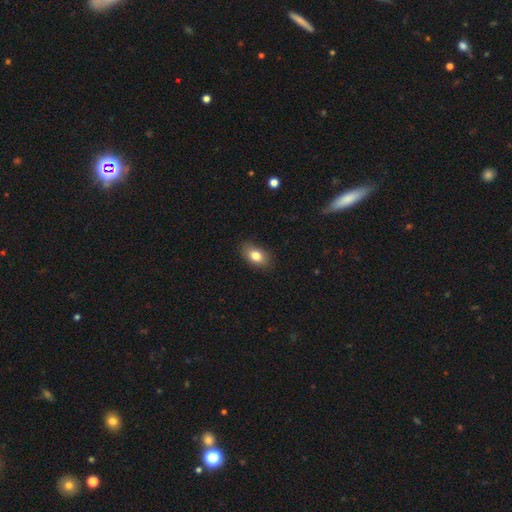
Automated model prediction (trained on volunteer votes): smooth_or_featured: smooth (p=0.80) [alt: featured or disk p=0.12]
how_rounded: in between (p=0.86) [alt: round p=0.12]
merging: none (p=0.84) [alt: minor disturbance p=0.12]